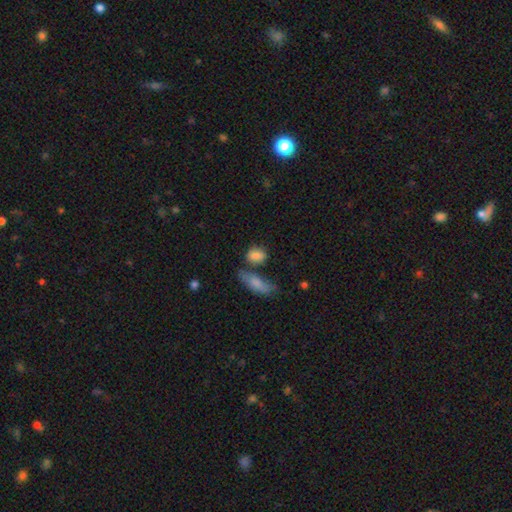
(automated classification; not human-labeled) Smooth or featured?
  - smooth: 83% *
  - featured or disk: 9%
  - star or artifact: 8%
How rounded?
  - in between: 70% *
  - round: 24%
  - cigar-shaped: 5%
Merging?
  - none: 55% *
  - merger: 20%
  - minor disturbance: 19%
  - major disturbance: 7%